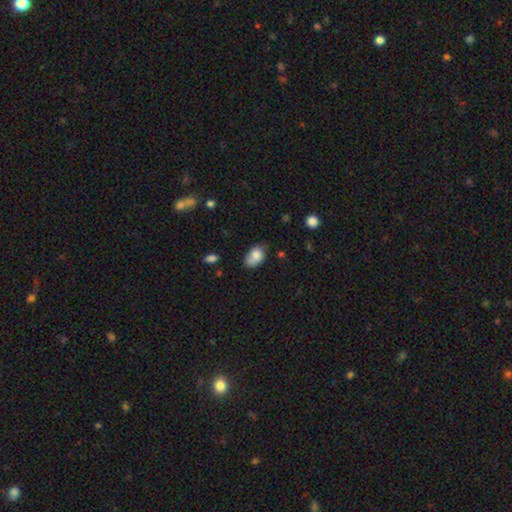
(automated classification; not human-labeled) This appears to be a smooth galaxy with no disk features (81%) that is in between round and cigar-shaped (86%). Merging: none (53%).